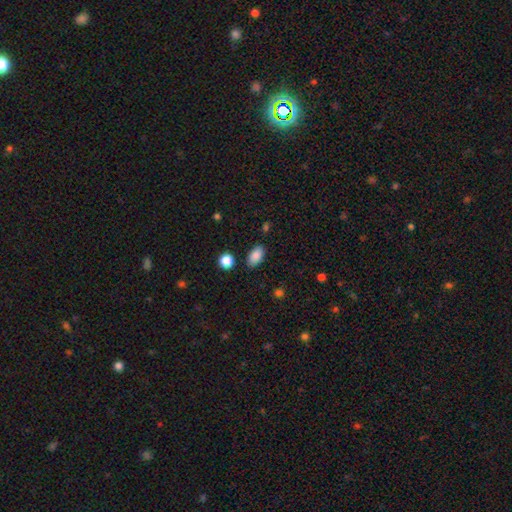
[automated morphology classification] Smooth or featured?
  - smooth: 87% *
  - star or artifact: 8%
  - featured or disk: 5%
How rounded?
  - in between: 91% *
  - round: 6%
  - cigar-shaped: 3%
Merging?
  - none: 84% *
  - minor disturbance: 11%
  - major disturbance: 3%
  - merger: 3%